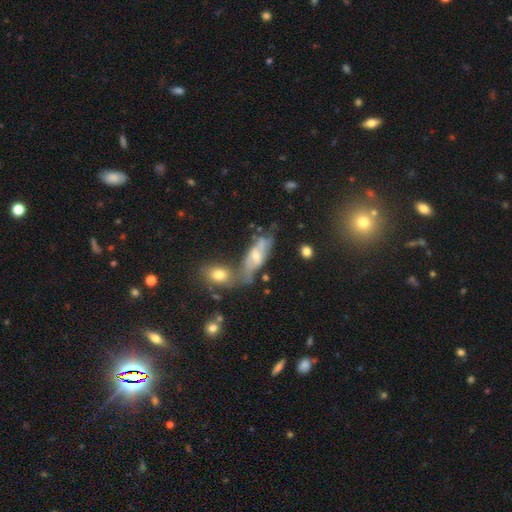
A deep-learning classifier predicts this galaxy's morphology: This is possibly a featured or disk galaxy (57%). It is likely not viewed edge-on (67%). Merging: marginally none (42%).